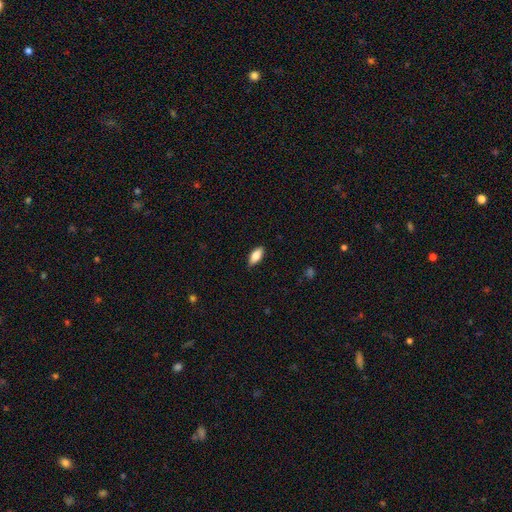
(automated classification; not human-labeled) Morphology: type=smooth (80%); roundness=in between (85%); merging=none (86%).